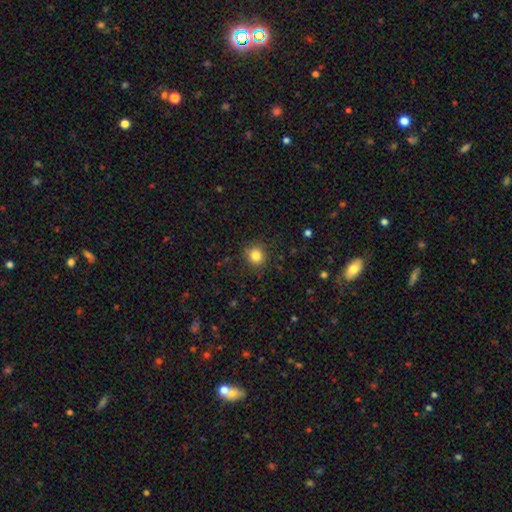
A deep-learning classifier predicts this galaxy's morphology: A smooth galaxy with no disk features (83%) that is round (88%). Merging: none (88%).